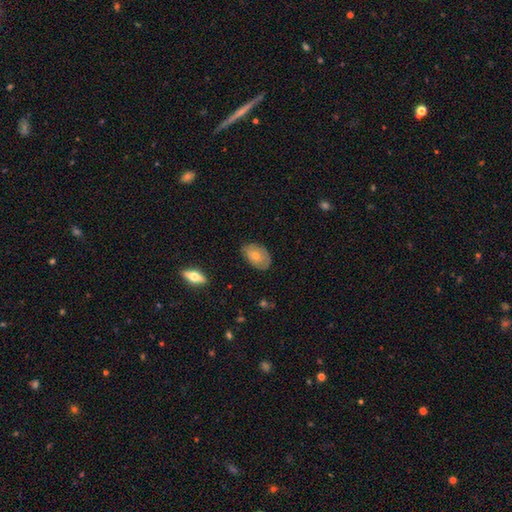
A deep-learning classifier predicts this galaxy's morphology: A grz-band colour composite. It shows a smooth galaxy with no disk features (62%) that is in between round and cigar-shaped (88%). Merging: none (75%).